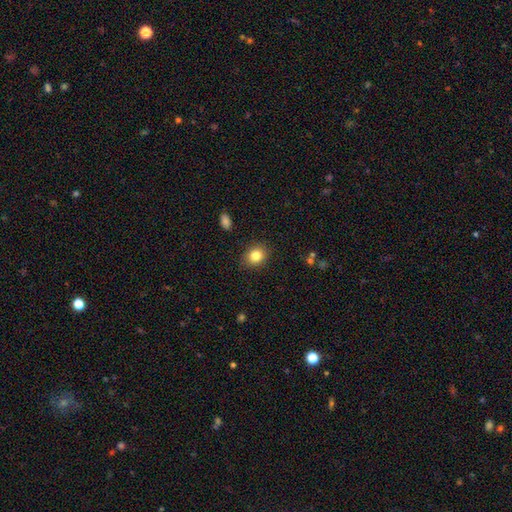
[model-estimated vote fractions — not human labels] Smooth or featured: smooth — 83% (star or artifact — 10%)
How rounded: round — 55% (in between — 44%)
Merging: none — 86% (minor disturbance — 10%)